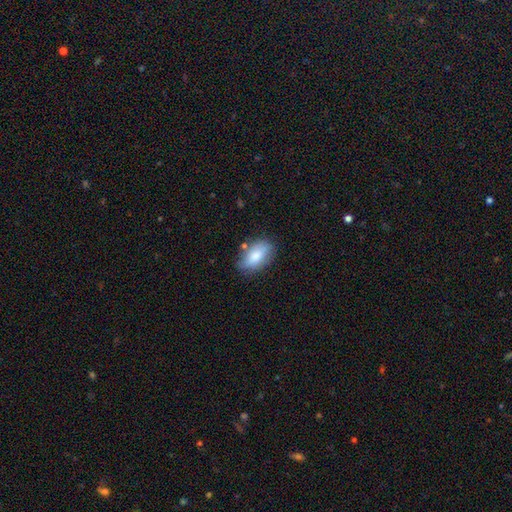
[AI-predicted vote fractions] Morphology: type=smooth (78%); roundness=in between (90%); merging=none (71%).